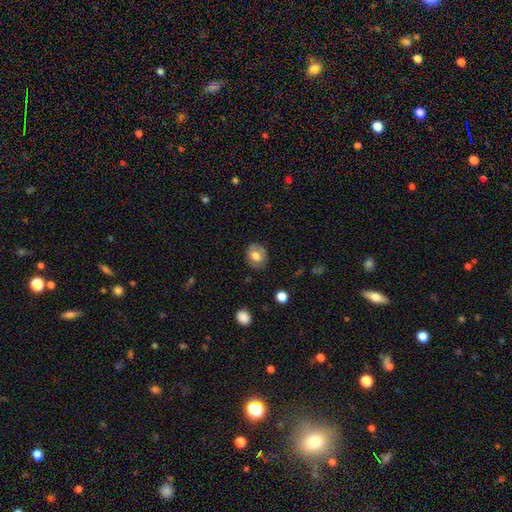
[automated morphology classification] Smooth or featured? smooth (66%)
How rounded? round (55%)
Merging? none (78%)